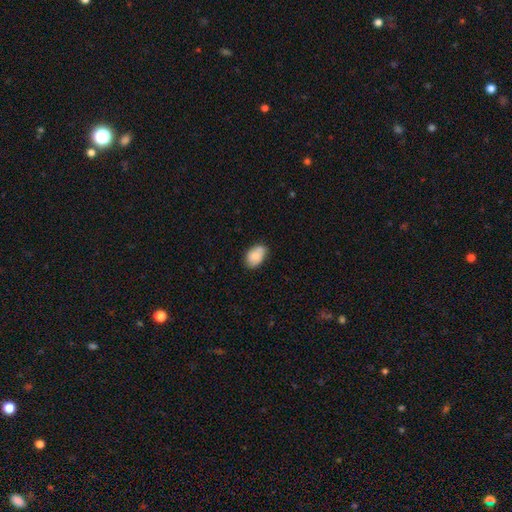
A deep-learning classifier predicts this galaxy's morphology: The model was most divided on "merging": none: 70%, minor disturbance: 24%, major disturbance: 3%, merger: 2%. More confident: how rounded — in between (88%); smooth or featured — smooth (82%).